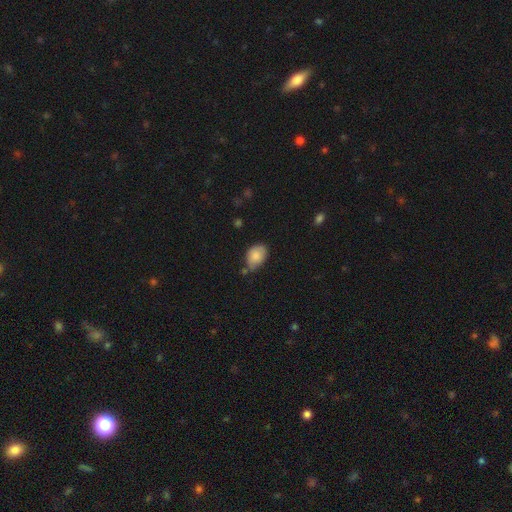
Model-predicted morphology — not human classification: smooth 84%, featured or disk 8%, star or artifact 7%. Down the decision tree: how rounded — in between (78%); merging — none (52%).